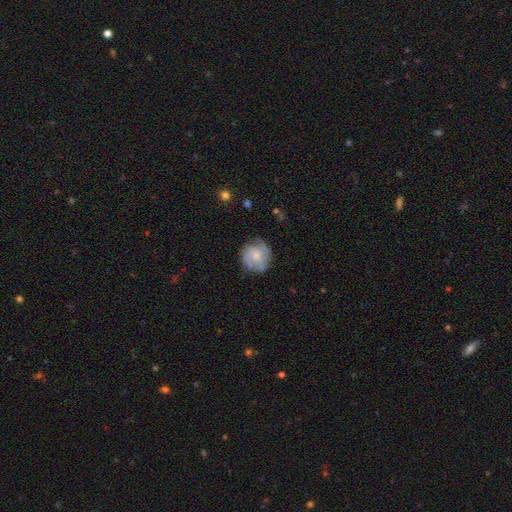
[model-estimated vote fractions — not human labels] Morphology: type=featured or disk (63%); edge-on=no (98%); bar=no (75%); spiral arms=yes (85%); winding=tight (49%); arm count=2 (34%); bulge=small (55%); merging=none (70%).